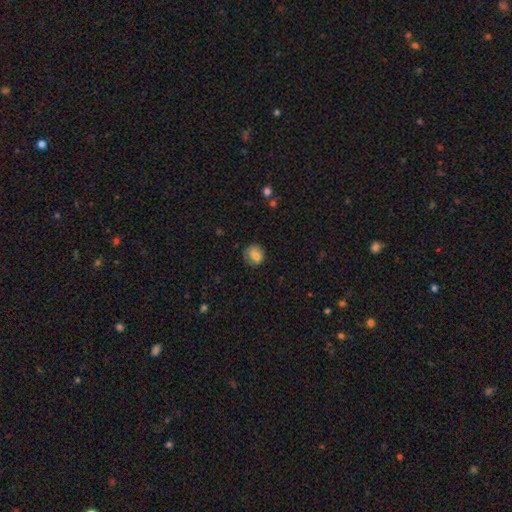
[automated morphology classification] This appears to be a smooth galaxy with no disk features (77%) that is round (80%). Merging: none (72%).